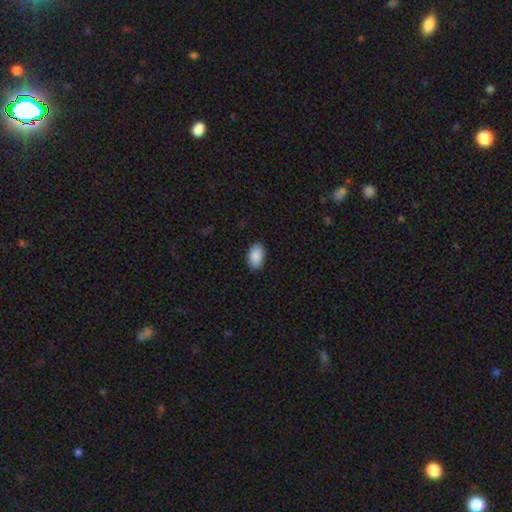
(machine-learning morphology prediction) Smooth or featured?
  - smooth: 90% *
  - star or artifact: 6%
  - featured or disk: 4%
How rounded?
  - in between: 94% *
  - round: 5%
  - cigar-shaped: 1%
Merging?
  - none: 89% *
  - minor disturbance: 9%
  - major disturbance: 2%
  - merger: 1%